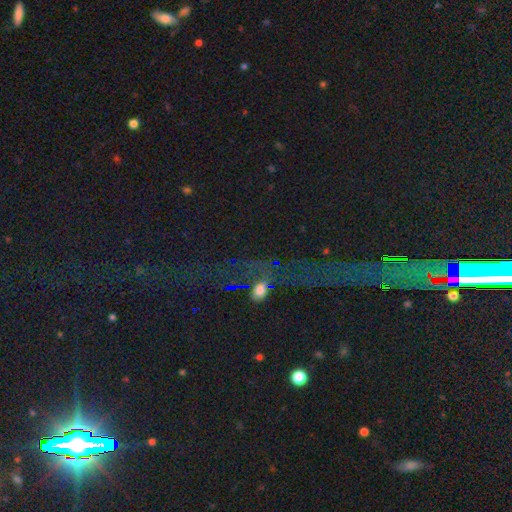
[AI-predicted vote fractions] This appears to be a star or artifact, not a galaxy (79%).